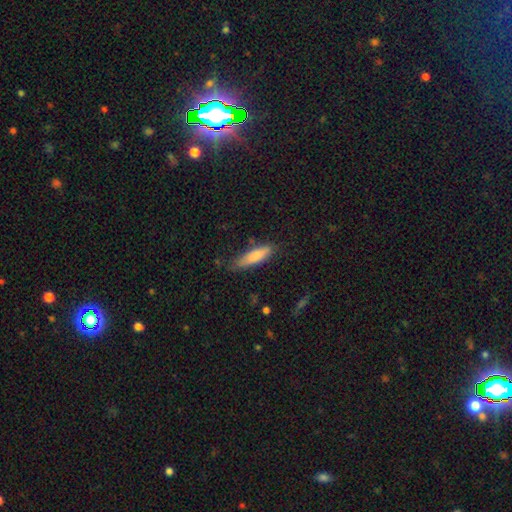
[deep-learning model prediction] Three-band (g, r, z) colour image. It shows a smooth galaxy with no disk features (83%) that is cigar-shaped (65%). Merging: none (72%).